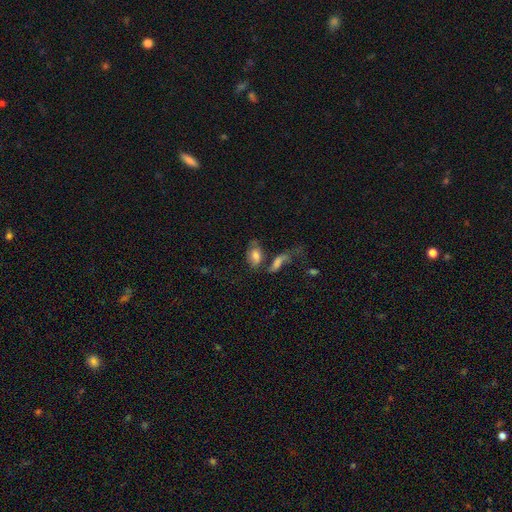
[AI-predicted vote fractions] This appears to be a smooth galaxy with no disk features (70%) that is in between round and cigar-shaped (87%). Merging: none (39%).